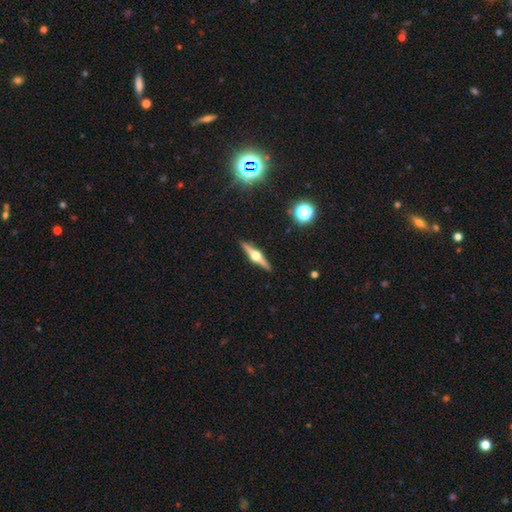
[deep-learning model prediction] This appears to be a featured or disk galaxy (81%) viewed edge-on (98%) with a rounded central bulge (96%). Merging: none (92%).